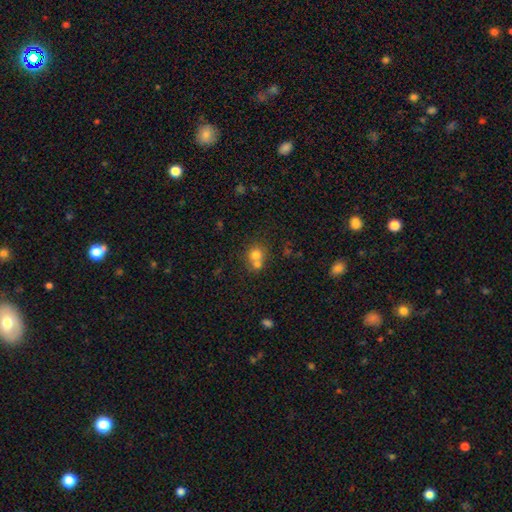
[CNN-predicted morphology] Smooth or featured: smooth — 72% (featured or disk — 14%)
How rounded: round — 78% (in between — 21%)
Merging: merger — 53% (none — 37%)